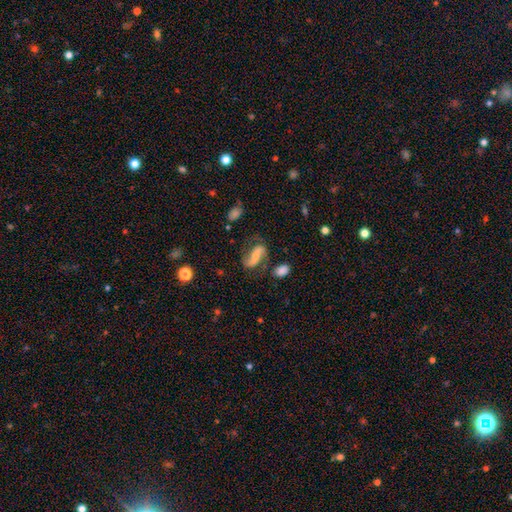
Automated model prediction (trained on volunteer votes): smooth-or-featured: featured or disk: 73% | smooth: 20% | star or artifact: 8%
  disk-edge-on: no: 95% | yes: 5%
    bar: strong: 41% | weak: 30% | no: 29%
    has-spiral-arms: yes: 93% | no: 7%
      spiral-winding: loose: 52% | medium: 36% | tight: 12%
      spiral-arm-count: 2: 90% | can't tell: 3% | 1: 3% | 3: 1% | 4: 1% | more than 4: 1%
    bulge-size: small: 46% | moderate: 28% | none: 17% | large: 6% | dominant: 2%
  merging: none: 65% | minor disturbance: 18% | major disturbance: 11% | merger: 6%